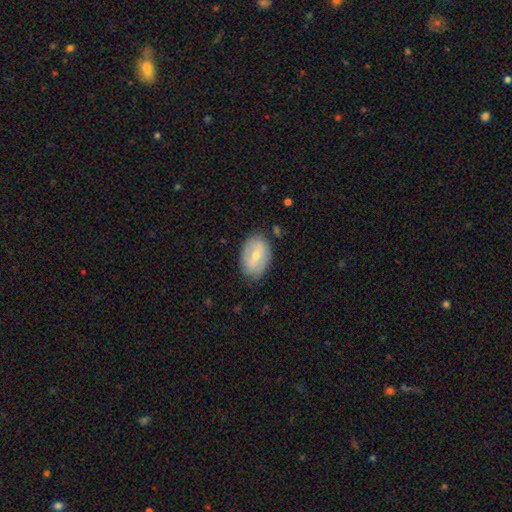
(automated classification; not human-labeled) Smooth or featured? Predicted: smooth (p=0.48). Merging? Predicted: none (p=0.80).